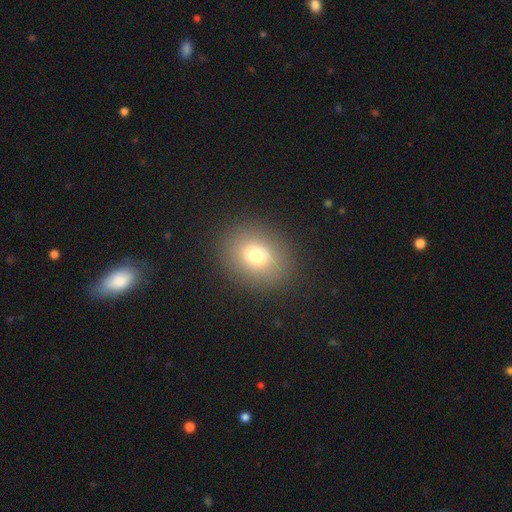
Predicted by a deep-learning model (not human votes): smooth_or_featured: smooth (p=0.75) [alt: star or artifact p=0.13]
how_rounded: round (p=0.56) [alt: in between p=0.43]
merging: none (p=0.88) [alt: minor disturbance p=0.08]